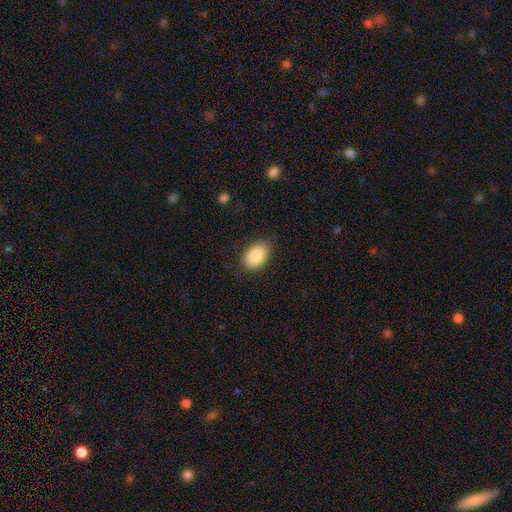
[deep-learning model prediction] Smooth or featured: smooth — 86% (star or artifact — 7%)
How rounded: in between — 87% (round — 12%)
Merging: none — 85% (minor disturbance — 11%)